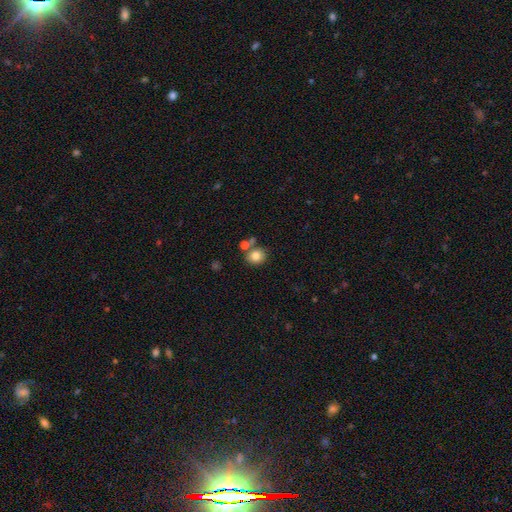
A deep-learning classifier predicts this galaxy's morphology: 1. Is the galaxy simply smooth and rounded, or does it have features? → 81% smooth, 11% star or artifact, 8% featured or disk.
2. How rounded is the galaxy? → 75% round, 24% in between, 1% cigar-shaped.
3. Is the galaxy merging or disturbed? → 67% none, 20% merger, 10% minor disturbance, 3% major disturbance.